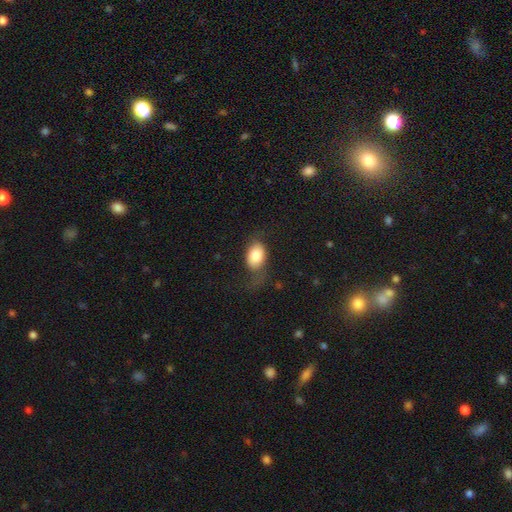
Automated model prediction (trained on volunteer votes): Overall: smooth (77%). How rounded: in between (83%). Merging: none (51%; minor disturbance 24%).